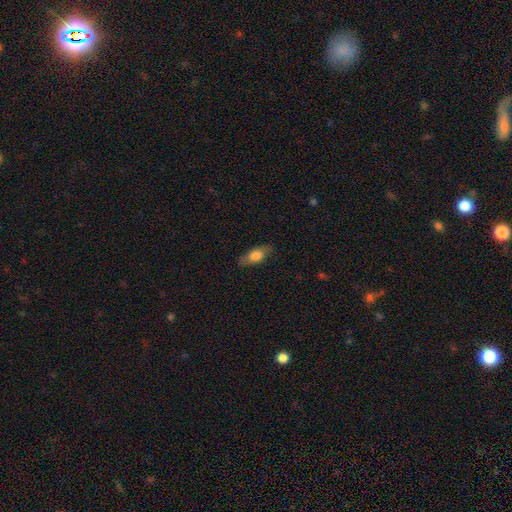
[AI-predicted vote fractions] The model was most divided on "smooth or featured": smooth: 74%, featured or disk: 19%, star or artifact: 7%. More confident: merging — none (83%); how rounded — in between (79%).